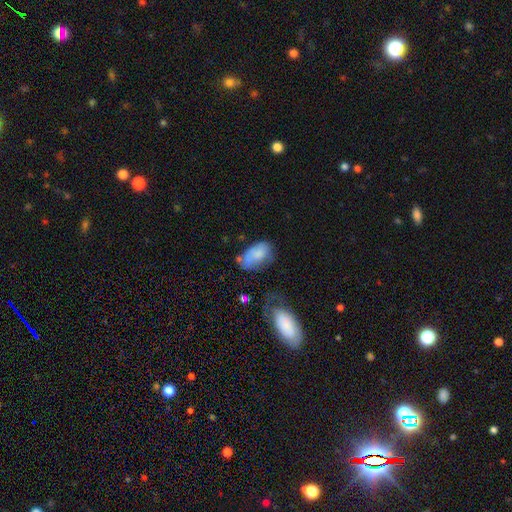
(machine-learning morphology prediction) This is likely a smooth galaxy (72%). How rounded: clearly in between (91%). Merging: marginally none (35%).